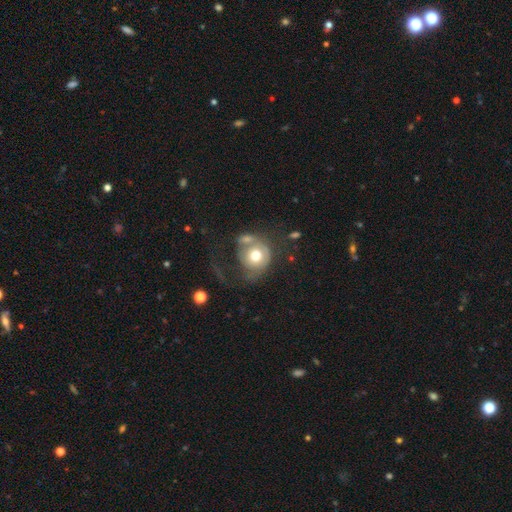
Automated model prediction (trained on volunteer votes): This is possibly a smooth galaxy (55%). How rounded: likely round (79%). Merging: marginally major disturbance (35%).